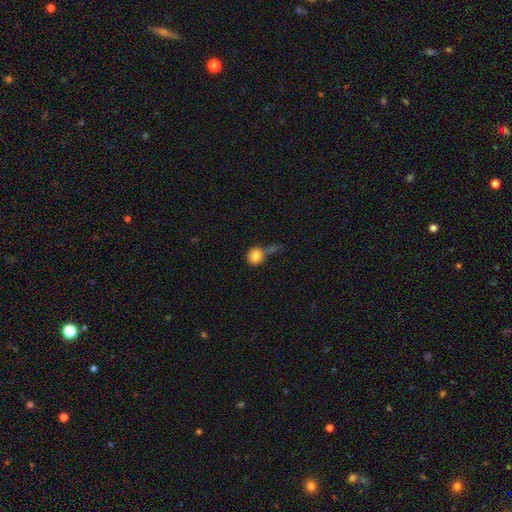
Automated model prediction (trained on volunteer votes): A smooth galaxy with no disk features (81%) that is round (76%). Merging: none (38%).